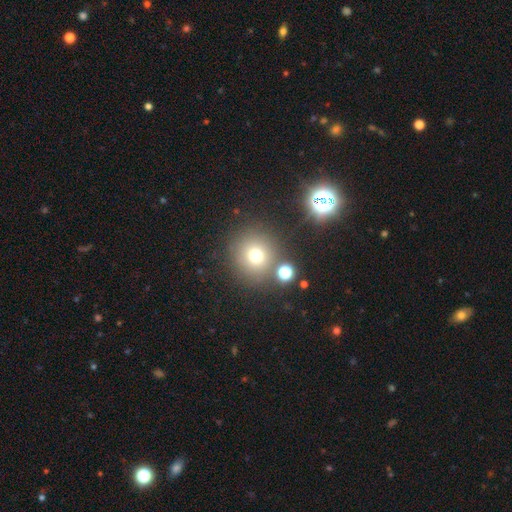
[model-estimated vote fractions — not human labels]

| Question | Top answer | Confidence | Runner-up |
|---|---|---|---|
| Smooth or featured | smooth | 72% | star or artifact (18%) |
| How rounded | round | 92% | in between (7%) |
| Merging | none | 80% | minor disturbance (8%) |